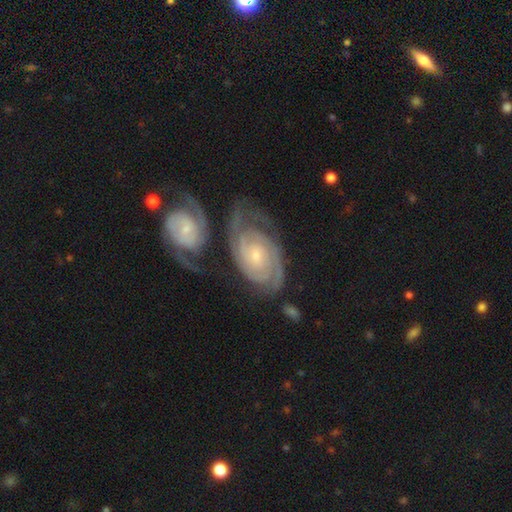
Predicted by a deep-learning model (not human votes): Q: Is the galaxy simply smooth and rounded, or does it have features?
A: featured or disk — 89%.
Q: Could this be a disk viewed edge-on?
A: no — 97%.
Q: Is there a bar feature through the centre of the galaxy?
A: no — 68%.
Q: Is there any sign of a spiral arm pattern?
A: yes — 98%.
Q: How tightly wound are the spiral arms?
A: tight — 74%.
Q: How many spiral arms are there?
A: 2 — 65%.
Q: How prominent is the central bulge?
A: small — 70%.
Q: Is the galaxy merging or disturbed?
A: none — 49%.